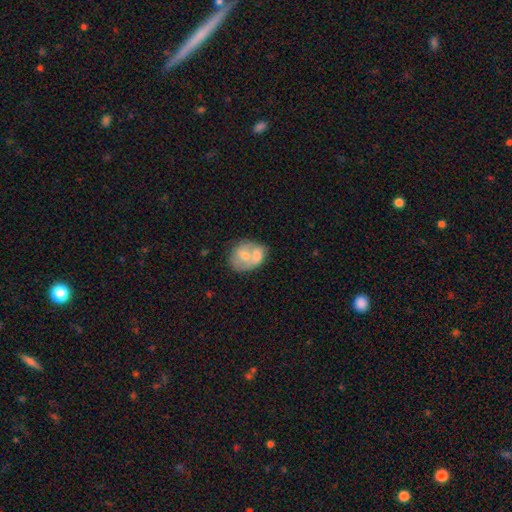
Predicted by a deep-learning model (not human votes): Smooth or featured? smooth (55%)
How rounded? round (49%, tied with in between)
Merging? merger (62%)